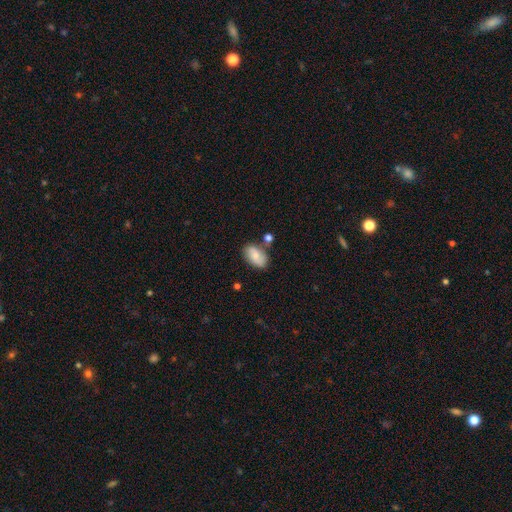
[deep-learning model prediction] Smooth or featured? smooth (68%)
How rounded? in between (91%)
Merging? none (66%)